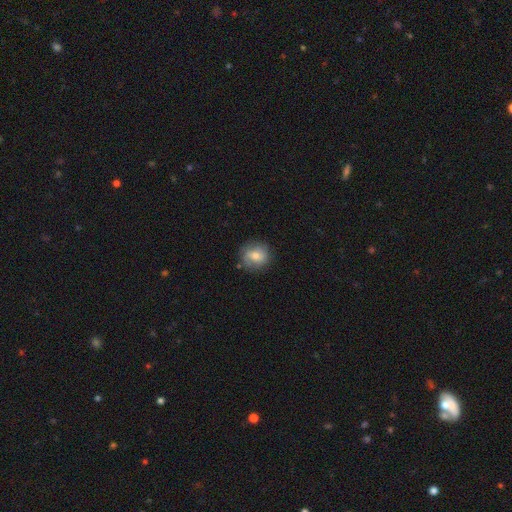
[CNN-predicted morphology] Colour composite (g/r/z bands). It shows a smooth galaxy with no disk features (60%) that is round (81%). Merging: none (77%).